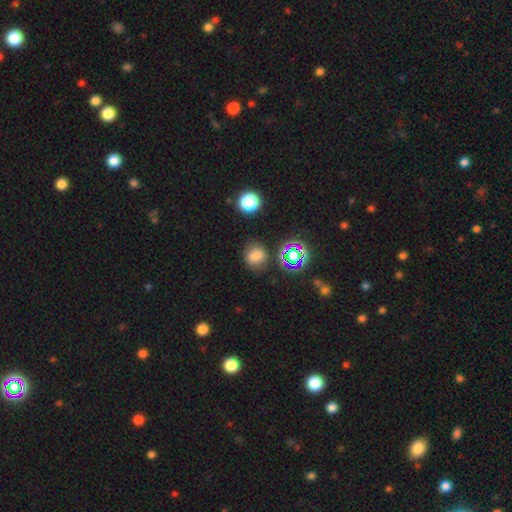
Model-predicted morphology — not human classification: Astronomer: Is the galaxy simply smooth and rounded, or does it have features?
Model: smooth — 70%.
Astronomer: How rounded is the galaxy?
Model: round — 71%.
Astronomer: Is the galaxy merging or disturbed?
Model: none — 75%.